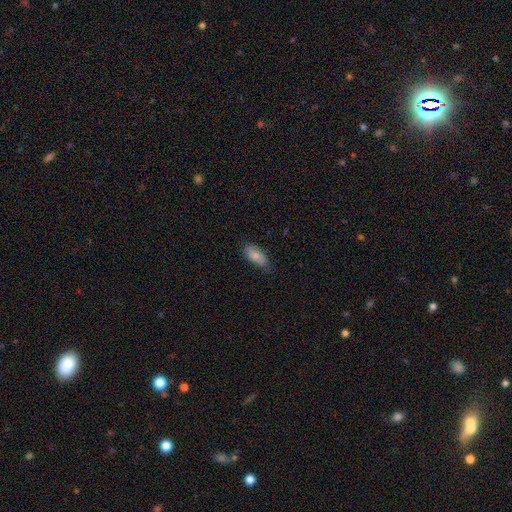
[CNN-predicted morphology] type=smooth (80%); roundness=in between (91%); merging=none (71%).